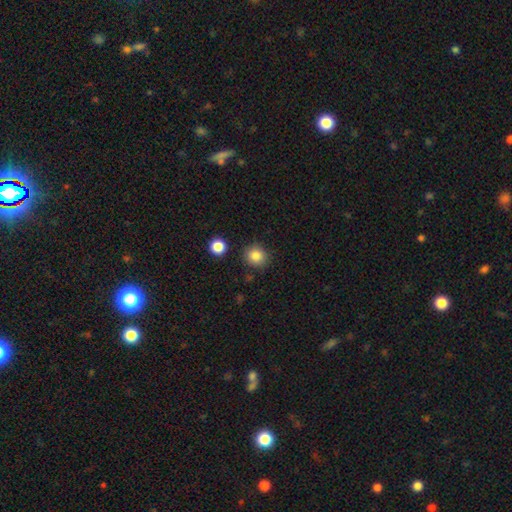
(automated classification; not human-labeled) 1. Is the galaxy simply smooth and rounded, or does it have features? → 86% smooth, 10% star or artifact, 4% featured or disk.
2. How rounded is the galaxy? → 89% round, 11% in between, 1% cigar-shaped.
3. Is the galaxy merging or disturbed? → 87% none, 8% minor disturbance, 3% merger, 2% major disturbance.